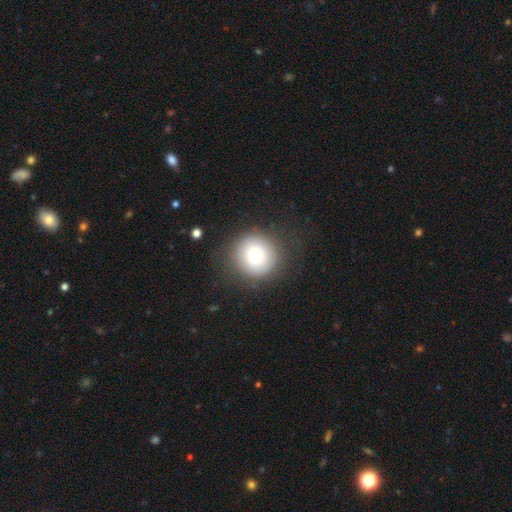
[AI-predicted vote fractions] Smooth or featured: smooth — 75% (featured or disk — 14%)
How rounded: round — 95% (in between — 4%)
Merging: none — 85% (minor disturbance — 9%)